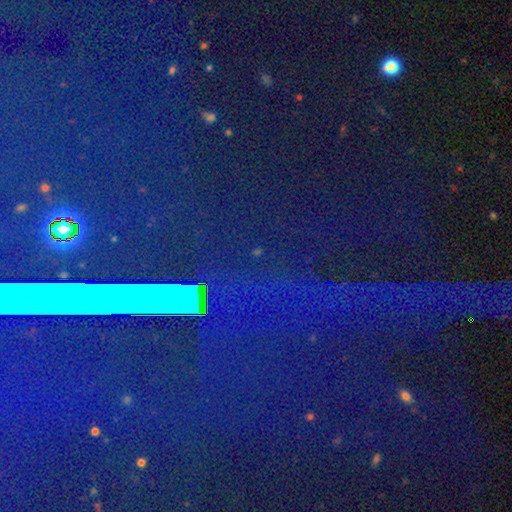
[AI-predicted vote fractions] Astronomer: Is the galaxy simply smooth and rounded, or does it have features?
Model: star or artifact — 82%.